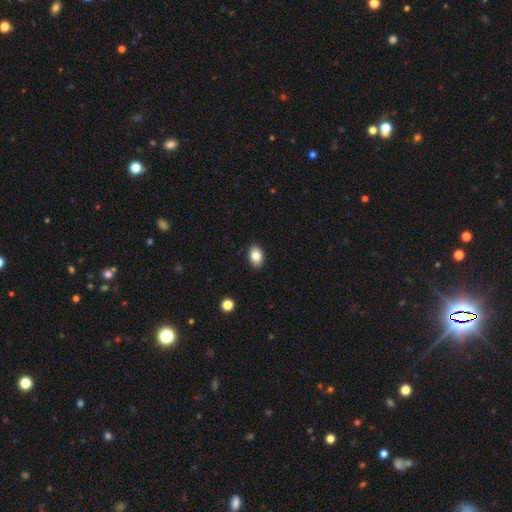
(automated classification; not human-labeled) Smooth or featured? Predicted: smooth (p=0.85). How rounded? Predicted: in between (p=0.87). Merging? Predicted: none (p=0.89).